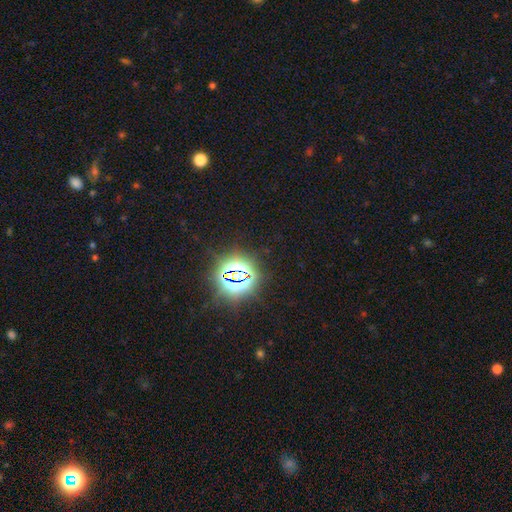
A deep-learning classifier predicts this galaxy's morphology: Smooth or featured: star or artifact — 83% (smooth — 11%)